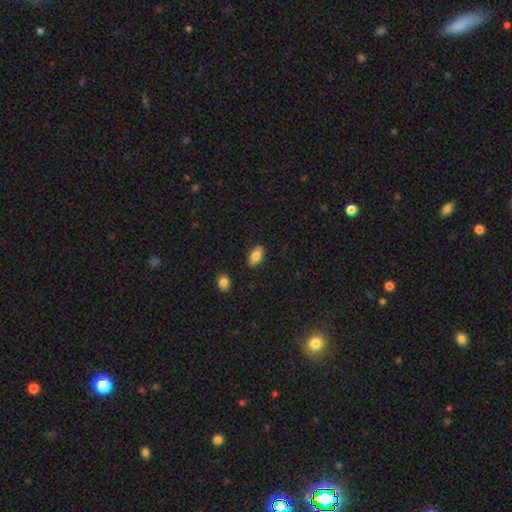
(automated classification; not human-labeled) smooth_or_featured: smooth (p=0.79) [alt: featured or disk p=0.14]
how_rounded: in between (p=0.90) [alt: round p=0.07]
merging: none (p=0.87) [alt: minor disturbance p=0.10]